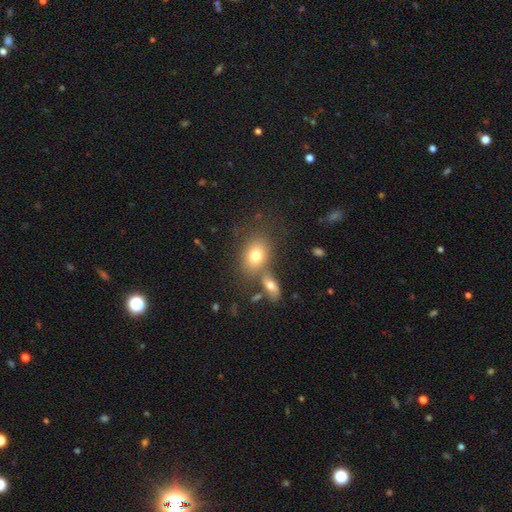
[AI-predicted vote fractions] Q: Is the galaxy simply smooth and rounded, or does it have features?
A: smooth — 75%.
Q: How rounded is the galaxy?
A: in between — 69%.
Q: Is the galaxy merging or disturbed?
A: none — 58%.